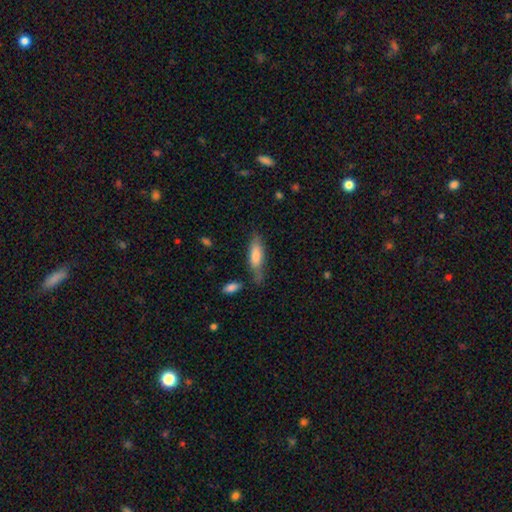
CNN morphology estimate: type=smooth (73%); roundness=cigar-shaped (53%); merging=none (62%).